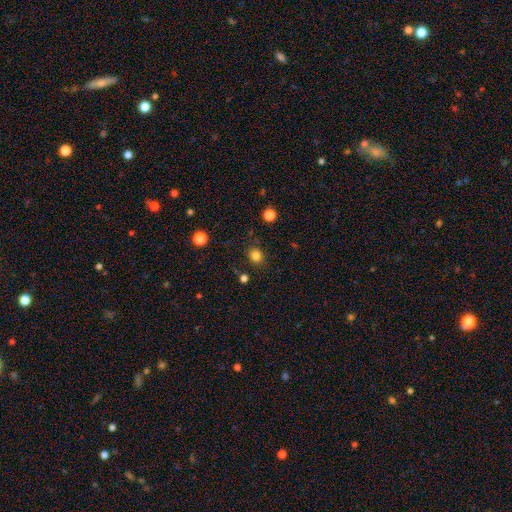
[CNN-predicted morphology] A smooth galaxy with no disk features (81%) that is round (78%). Merging: none (85%).